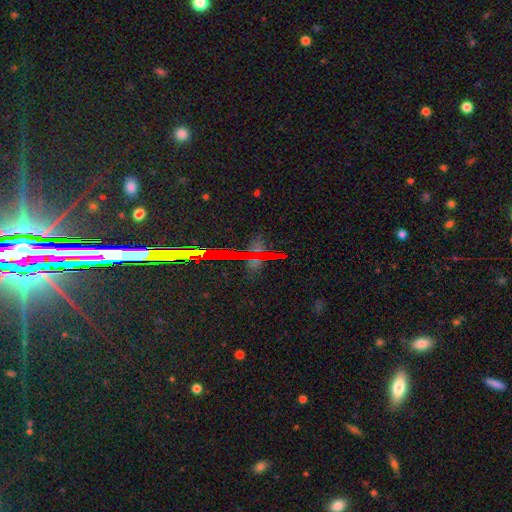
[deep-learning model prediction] Smooth or featured: star or artifact — 70% (smooth — 18%)